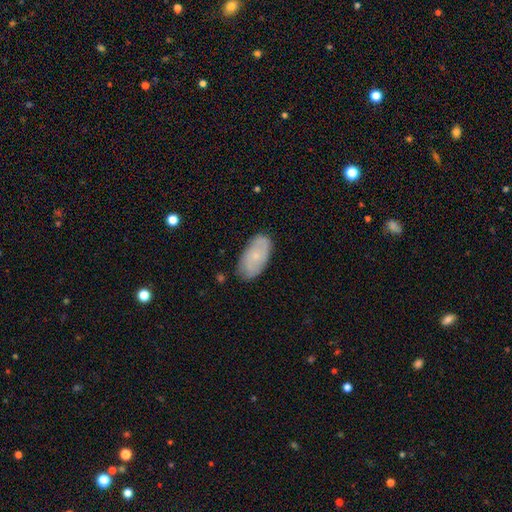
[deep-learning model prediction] Overall: smooth (51%; featured or disk 42%). How rounded: in between (93%). Merging: none (79%).